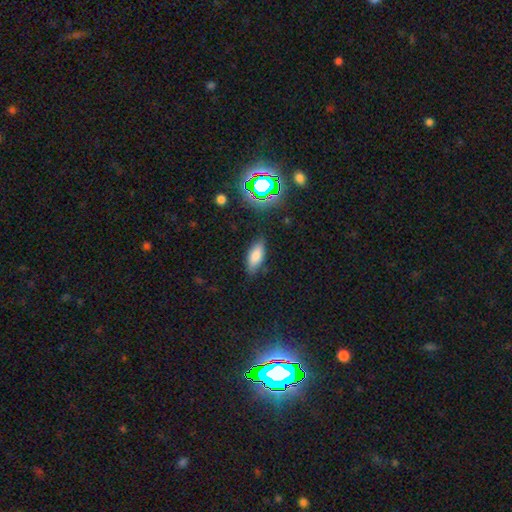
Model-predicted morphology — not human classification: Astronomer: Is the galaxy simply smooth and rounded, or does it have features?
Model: smooth — 76%.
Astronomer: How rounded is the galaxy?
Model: in between — 80%.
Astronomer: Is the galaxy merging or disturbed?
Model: none — 79%.